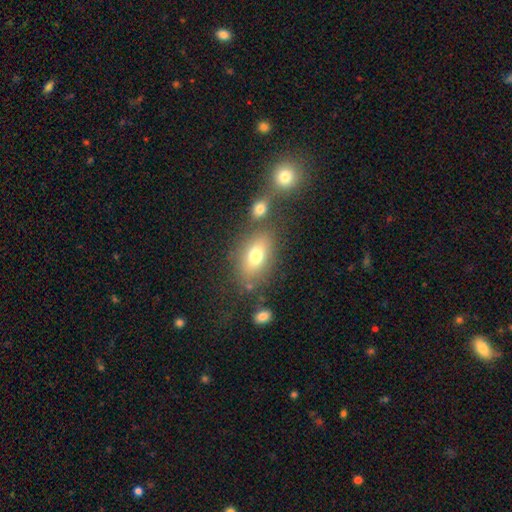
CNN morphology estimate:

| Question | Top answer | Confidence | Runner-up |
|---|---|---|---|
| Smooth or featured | smooth | 73% | featured or disk (16%) |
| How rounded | in between | 81% | round (16%) |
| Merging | none | 68% | minor disturbance (13%) |